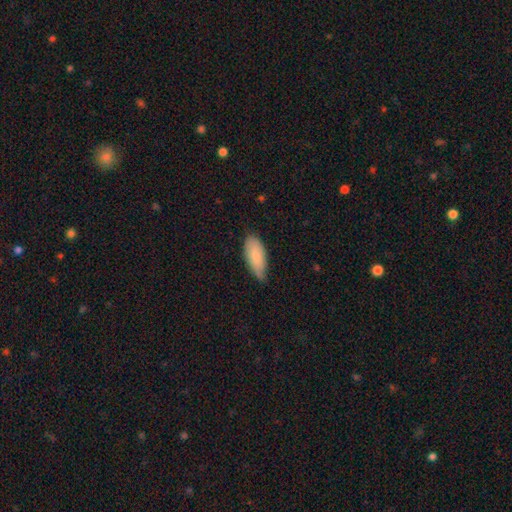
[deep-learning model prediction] Q: Smooth or featured?
A: smooth (82%); runner-up: featured or disk (12%)
Q: How rounded?
A: in between (85%); runner-up: cigar-shaped (13%)
Q: Merging?
A: none (58%); runner-up: minor disturbance (36%)